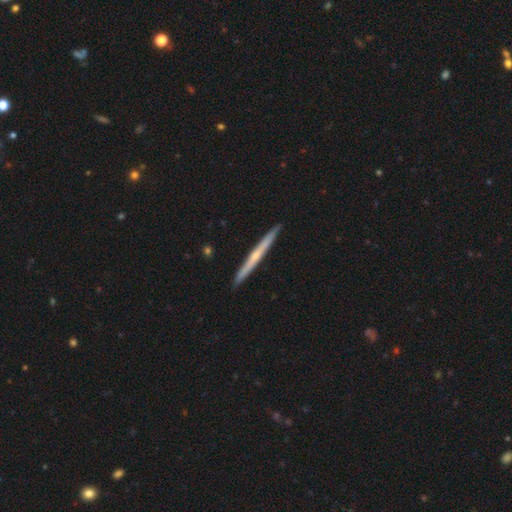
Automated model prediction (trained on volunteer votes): smooth-or-featured: featured or disk: 64% | smooth: 31% | star or artifact: 5%
  disk-edge-on: yes: 98% | no: 2%
    edge-on-bulge: none: 50% | rounded: 46% | boxy: 4%
  merging: none: 93% | minor disturbance: 5% | major disturbance: 1% | merger: 1%